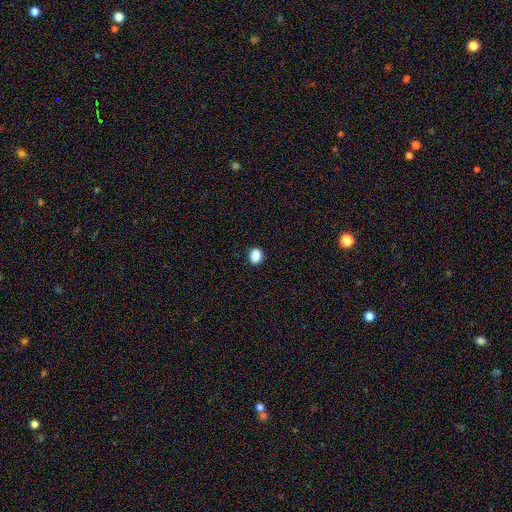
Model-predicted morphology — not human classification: smooth 88%, star or artifact 10%, featured or disk 3%. Down the decision tree: how rounded — round (70%); merging — none (92%).